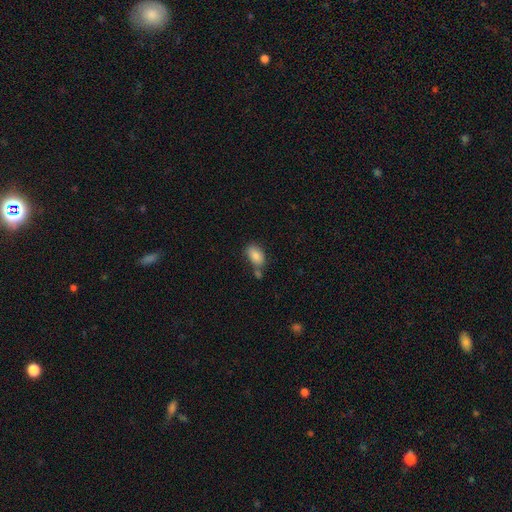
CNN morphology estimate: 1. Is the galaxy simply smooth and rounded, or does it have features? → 82% smooth, 10% featured or disk, 8% star or artifact.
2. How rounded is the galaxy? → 91% in between, 8% round, 2% cigar-shaped.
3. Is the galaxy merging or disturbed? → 58% none, 21% merger, 16% minor disturbance, 5% major disturbance.